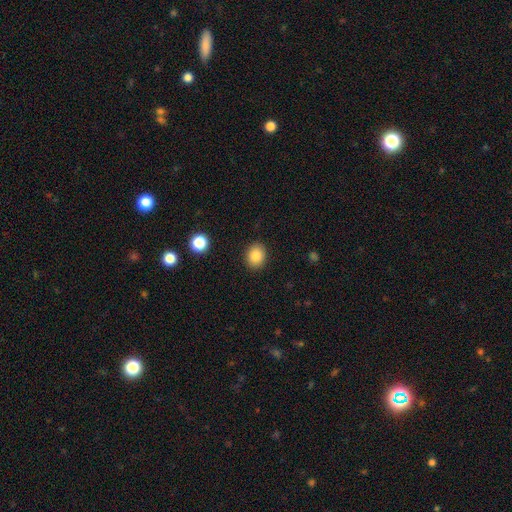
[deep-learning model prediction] This is clearly a smooth galaxy (85%). How rounded: possibly round (56%). Merging: clearly none (89%).